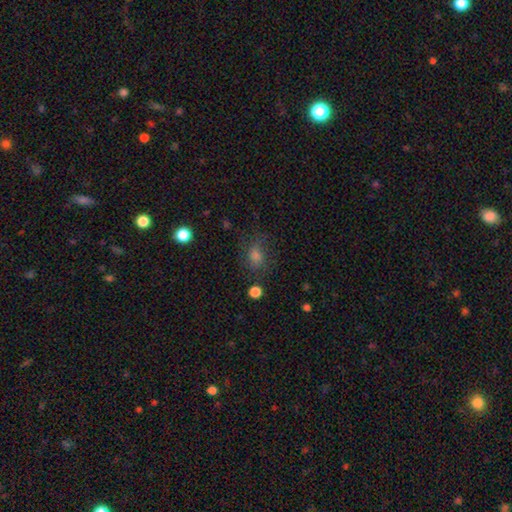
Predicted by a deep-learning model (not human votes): smooth_or_featured: smooth (p=0.58) [alt: star or artifact p=0.24]
how_rounded: in between (p=0.52) [alt: round p=0.47]
merging: none (p=0.66) [alt: minor disturbance p=0.19]